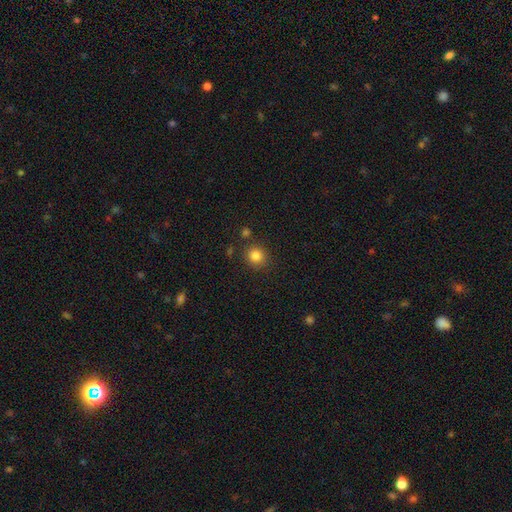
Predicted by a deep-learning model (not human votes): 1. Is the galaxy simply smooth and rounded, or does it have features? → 84% smooth, 11% star or artifact, 5% featured or disk.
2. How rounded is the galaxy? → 88% round, 11% in between, 1% cigar-shaped.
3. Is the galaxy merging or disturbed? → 83% none, 9% minor disturbance, 5% merger, 3% major disturbance.